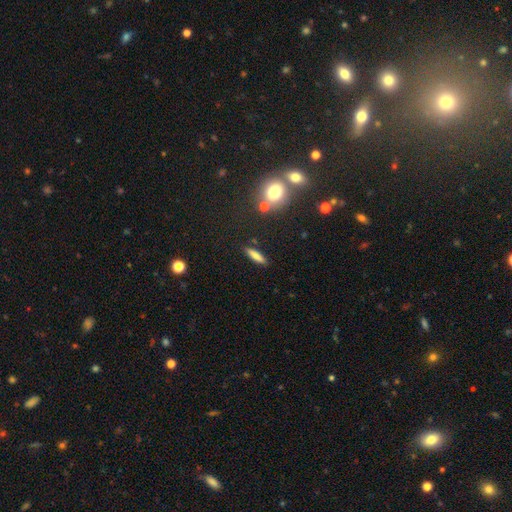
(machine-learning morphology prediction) This appears to be a smooth galaxy with no disk features (72%) that is cigar-shaped (75%). Merging: none (87%).